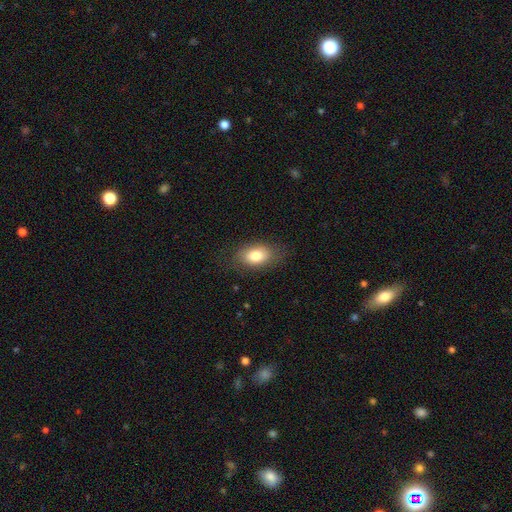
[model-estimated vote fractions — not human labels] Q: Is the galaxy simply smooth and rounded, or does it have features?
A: smooth — 81%.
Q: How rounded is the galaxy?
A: in between — 87%.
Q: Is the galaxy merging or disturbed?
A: none — 80%.